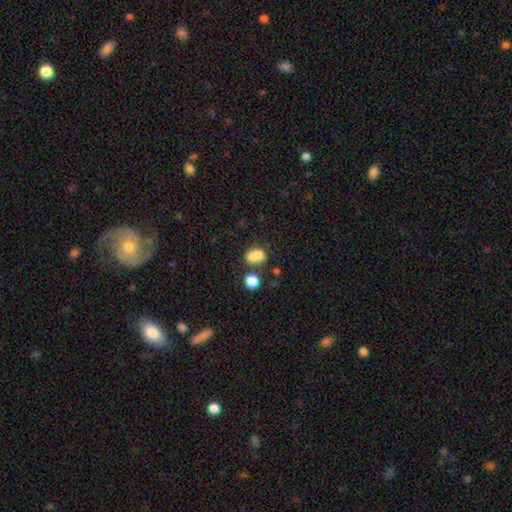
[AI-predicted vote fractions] Overall: smooth (78%). How rounded: in between (57%; round 41%). Merging: merger (44%; none 37%).